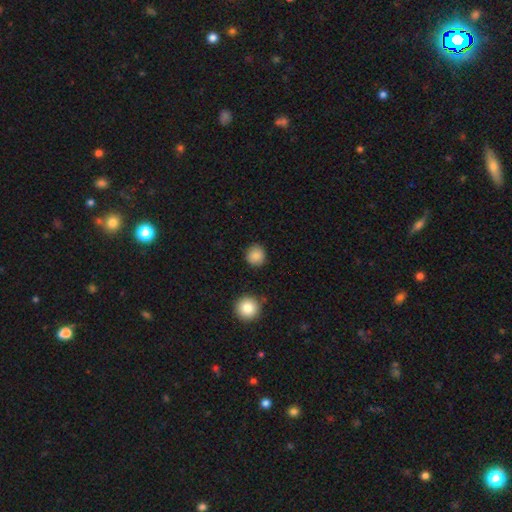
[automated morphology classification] This appears to be a smooth galaxy with no disk features (87%) that is round (92%). Merging: none (88%).